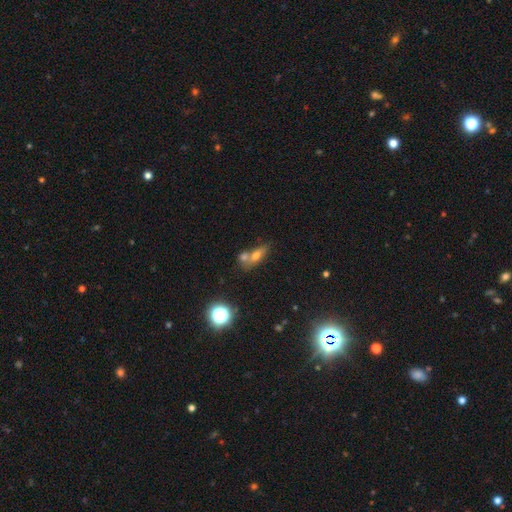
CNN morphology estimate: This is possibly a smooth galaxy (60%). How rounded: likely in between (63%). Merging: possibly merger (49%).